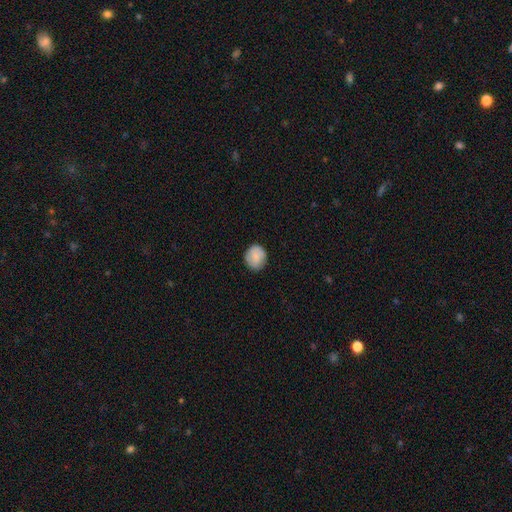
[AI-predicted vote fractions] smooth 83%, featured or disk 10%, star or artifact 7%. Down the decision tree: how rounded — round (76%); merging — none (85%).